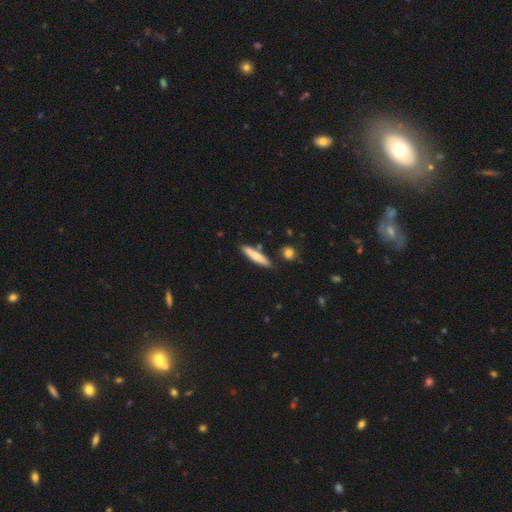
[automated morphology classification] A smooth galaxy with no disk features (73%) that is cigar-shaped (86%).

Vote fractions:
- Smooth or featured? smooth: 73% / featured or disk: 21% / star or artifact: 6%
- How rounded? cigar-shaped: 86% / in between: 12% / round: 1%
- Merging? none: 85% / minor disturbance: 9% / merger: 4% / major disturbance: 2%